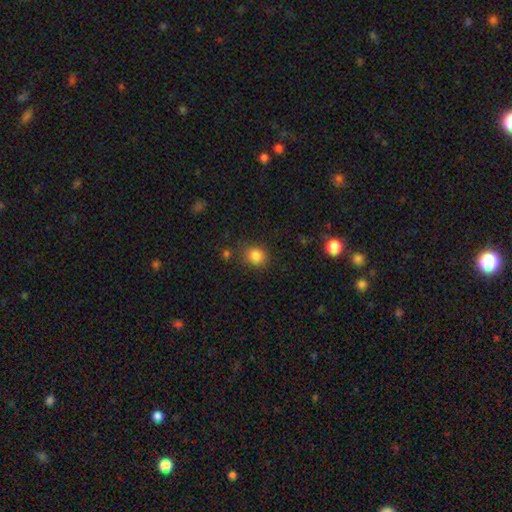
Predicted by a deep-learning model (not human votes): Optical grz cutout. It shows a smooth galaxy with no disk features (83%) that is round (72%). Merging: none (80%).